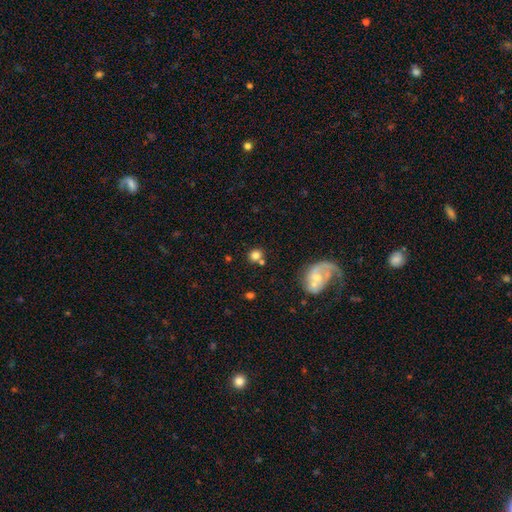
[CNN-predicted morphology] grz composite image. It shows a smooth galaxy with no disk features (78%) that is round (84%). Merging: none (66%).